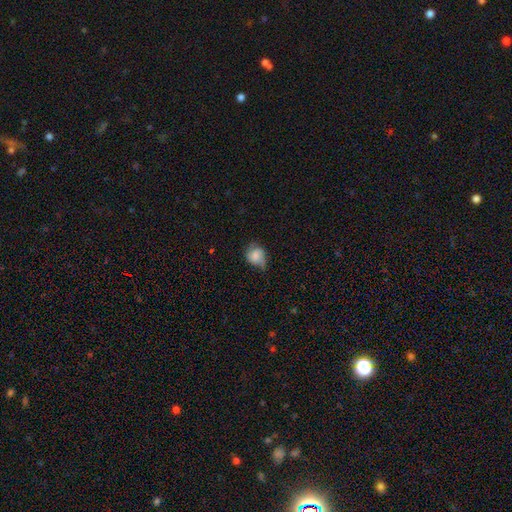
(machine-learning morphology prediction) A smooth galaxy with no disk features (66%) that is round (52%).

Vote fractions:
- Smooth or featured? smooth: 66% / featured or disk: 26% / star or artifact: 9%
- How rounded? round: 52% / in between: 47% / cigar-shaped: 1%
- Merging? none: 42% / minor disturbance: 41% / major disturbance: 16% / merger: 2%